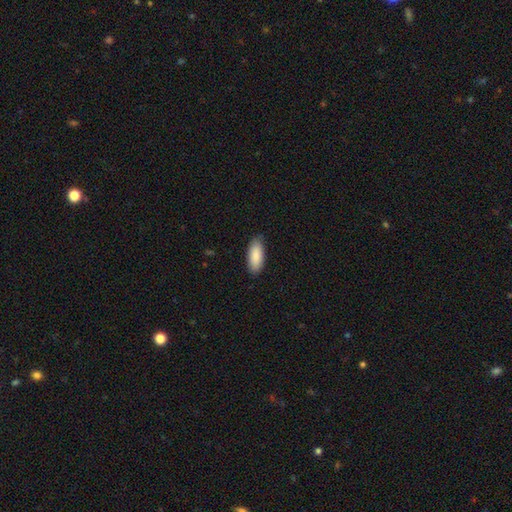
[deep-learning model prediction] Overall: smooth (89%). How rounded: in between (84%). Merging: none (86%).